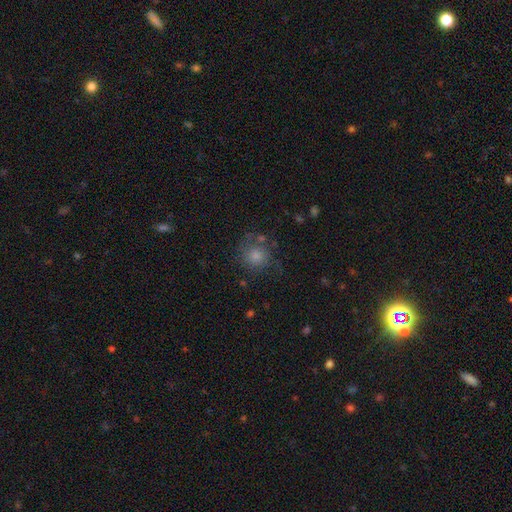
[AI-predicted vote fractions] A smooth galaxy with no disk features (62%) that is round (90%).

Vote fractions:
- Smooth or featured? smooth: 62% / star or artifact: 20% / featured or disk: 18%
- How rounded? round: 90% / in between: 9% / cigar-shaped: 1%
- Merging? none: 71% / minor disturbance: 16% / major disturbance: 9% / merger: 4%